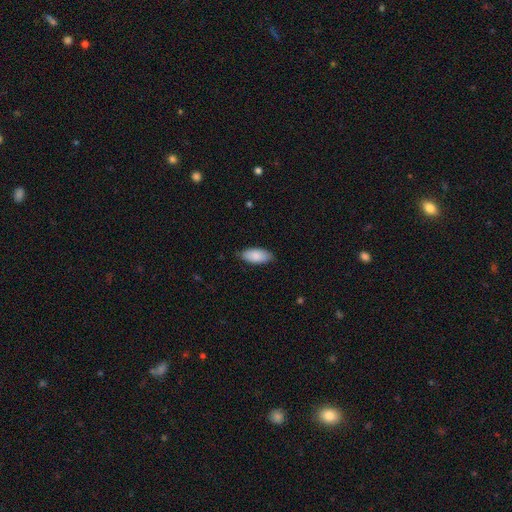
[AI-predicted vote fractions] Q: Smooth or featured?
A: smooth (87%); runner-up: featured or disk (7%)
Q: How rounded?
A: in between (91%); runner-up: cigar-shaped (7%)
Q: Merging?
A: none (79%); runner-up: minor disturbance (17%)